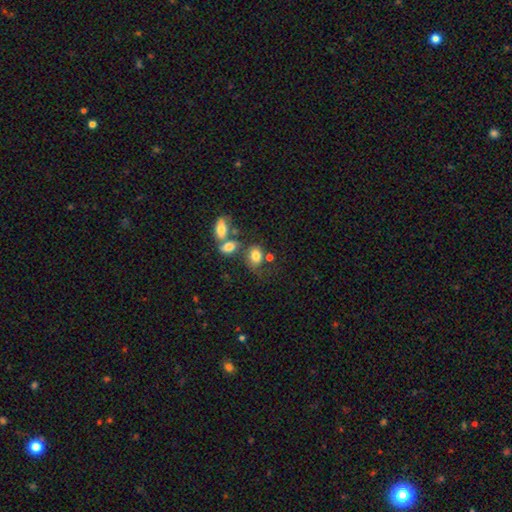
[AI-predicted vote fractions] smooth 79%, featured or disk 11%, star or artifact 10%. Down the decision tree: how rounded — in between (67%); merging — none (44%).